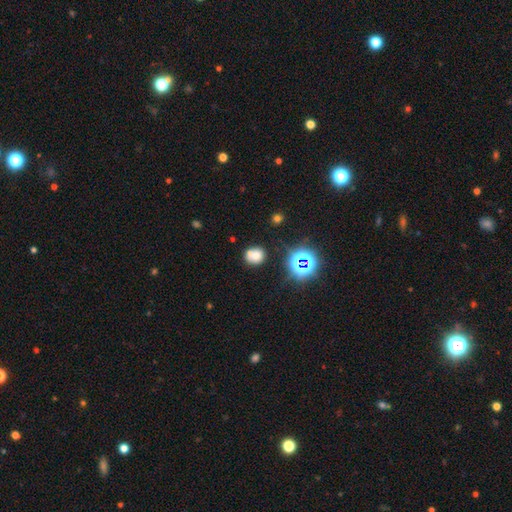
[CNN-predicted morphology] Smooth or featured? Predicted: smooth (p=0.66). How rounded? Predicted: round (p=0.75). Merging? Predicted: none (p=0.48).